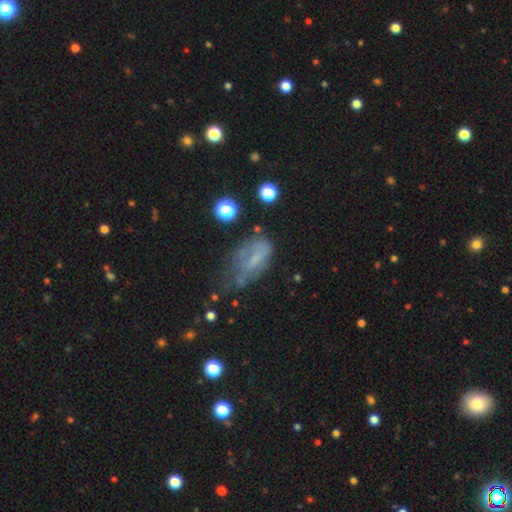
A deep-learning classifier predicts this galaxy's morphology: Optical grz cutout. It shows a smooth galaxy with no disk features (49%). Merging: minor disturbance (33%).